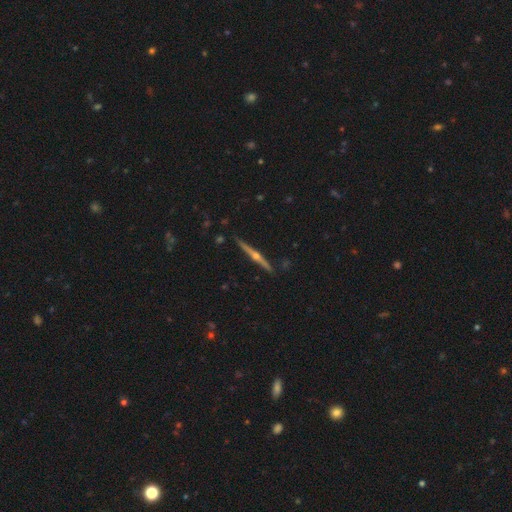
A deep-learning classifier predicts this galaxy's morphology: Smooth or featured? featured or disk (84%)
Edge-on disk? yes (99%)
Edge-on bulge? rounded (94%)
Merging? none (91%)